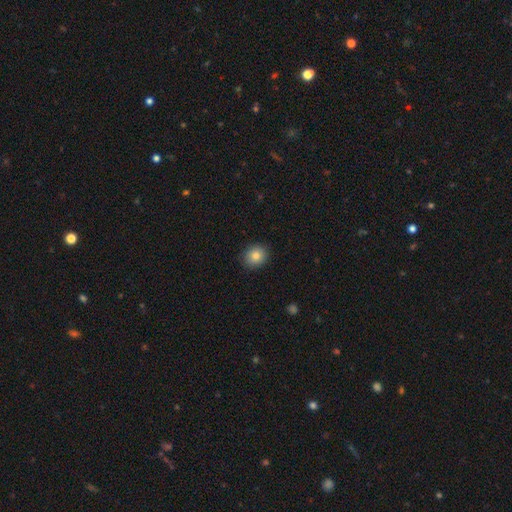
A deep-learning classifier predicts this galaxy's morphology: A smooth galaxy with no disk features (83%) that is round (69%). Merging: none (88%).